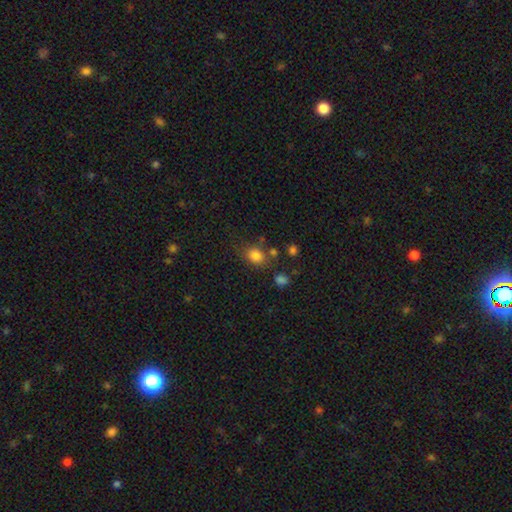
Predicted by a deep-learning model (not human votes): The model was most divided on "how rounded": round: 53%, in between: 46%, cigar-shaped: 1%. More confident: smooth or featured — smooth (81%); merging — none (67%).